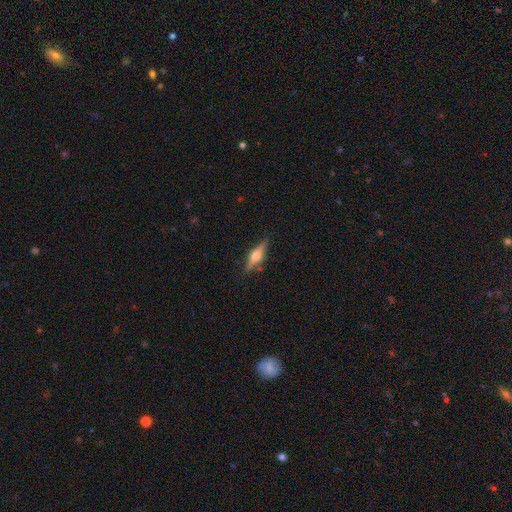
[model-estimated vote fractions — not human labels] A featured or disk galaxy (65%) viewed edge-on (96%) with a rounded central bulge (91%).

Vote fractions:
- Smooth or featured? featured or disk: 65% / smooth: 28% / star or artifact: 7%
- Edge-on disk? yes: 96% / no: 4%
- Edge-on bulge? rounded: 91% / boxy: 7% / none: 2%
- Merging? none: 83% / minor disturbance: 12% / major disturbance: 3% / merger: 2%